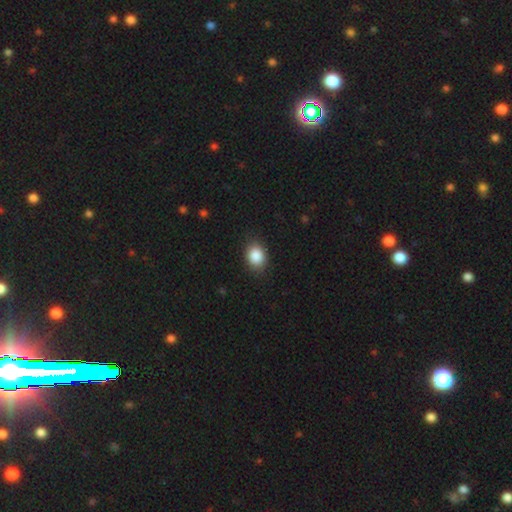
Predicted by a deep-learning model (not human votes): Smooth or featured? Predicted: smooth (p=0.88). How rounded? Predicted: in between (p=0.59). Merging? Predicted: none (p=0.86).